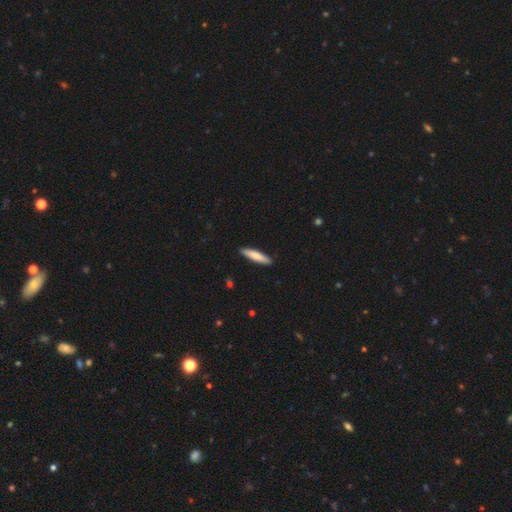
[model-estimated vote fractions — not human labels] Overall: smooth (76%). How rounded: cigar-shaped (83%). Merging: none (90%).